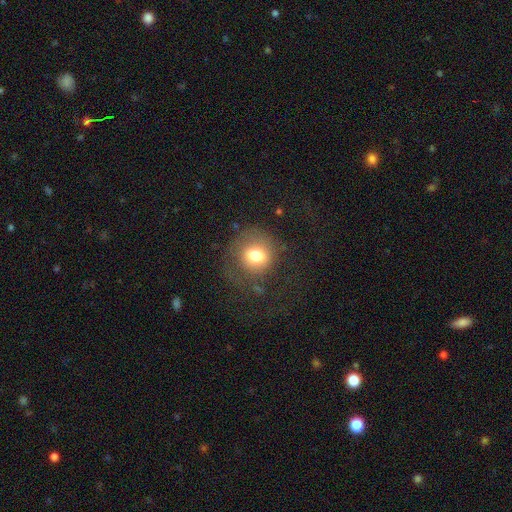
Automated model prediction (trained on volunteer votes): smooth-or-featured: smooth: 72% | featured or disk: 17% | star or artifact: 11%
  how-rounded: round: 83% | in between: 16% | cigar-shaped: 1%
  merging: none: 58% | major disturbance: 21% | minor disturbance: 19% | merger: 2%